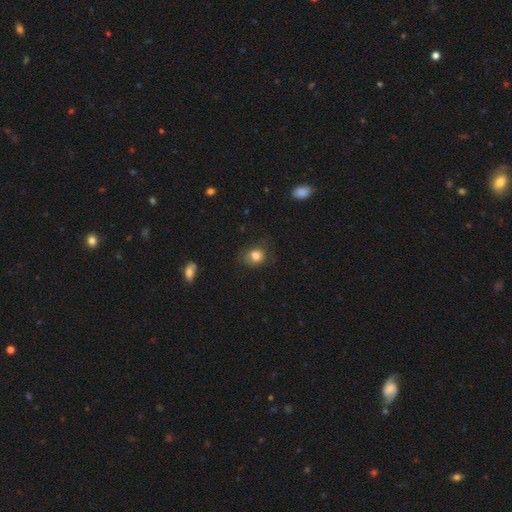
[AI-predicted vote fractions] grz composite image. It shows a smooth galaxy with no disk features (81%) that is round (63%). Merging: none (68%).